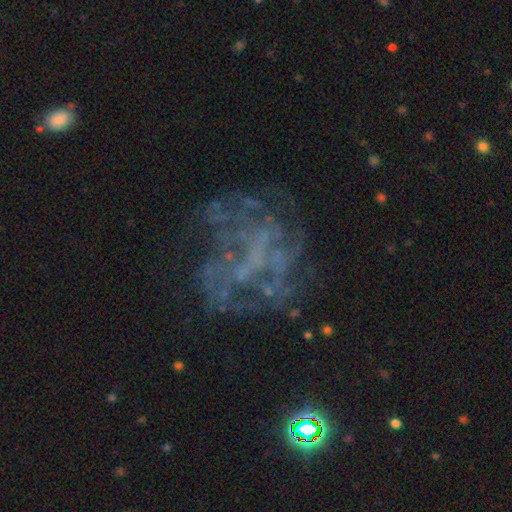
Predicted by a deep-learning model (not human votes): Smooth or featured?
  - featured or disk: 67% *
  - star or artifact: 21%
  - smooth: 12%
Edge-on disk?
  - no: 98% *
  - yes: 2%
Bar?
  - no: 76% *
  - weak: 18%
  - strong: 6%
Spiral arms?
  - no: 61% *
  - yes: 39%
Bulge size?
  - none: 76% *
  - small: 13%
  - moderate: 8%
  - large: 2%
  - dominant: 1%
Merging?
  - none: 53% *
  - major disturbance: 28%
  - minor disturbance: 15%
  - merger: 4%